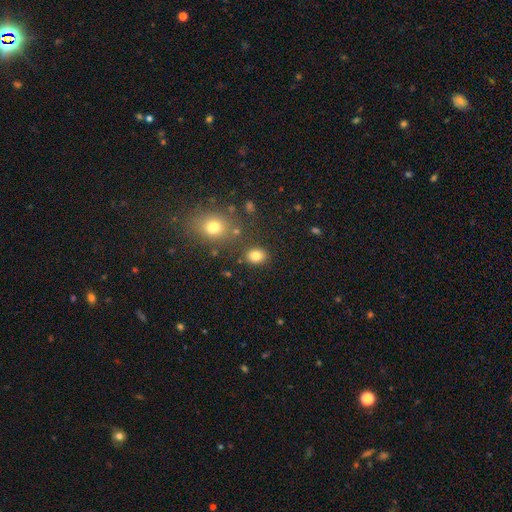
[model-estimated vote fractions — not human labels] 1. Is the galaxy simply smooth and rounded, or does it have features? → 82% smooth, 12% star or artifact, 7% featured or disk.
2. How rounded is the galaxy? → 53% round, 47% in between, 1% cigar-shaped.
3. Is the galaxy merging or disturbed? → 82% none, 10% minor disturbance, 5% merger, 3% major disturbance.